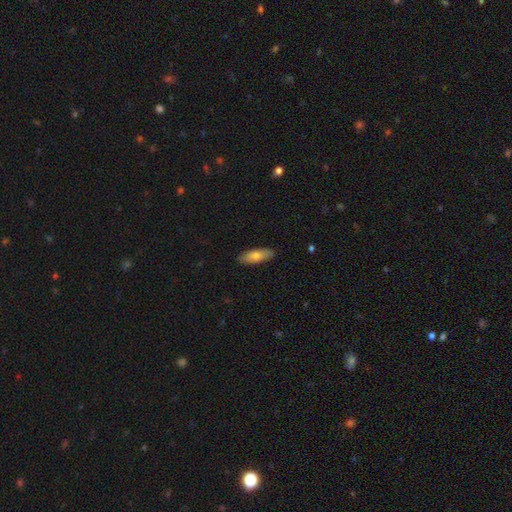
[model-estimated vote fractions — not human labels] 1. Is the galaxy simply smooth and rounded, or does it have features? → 70% smooth, 24% featured or disk, 6% star or artifact.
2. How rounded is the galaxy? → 55% in between, 43% cigar-shaped, 2% round.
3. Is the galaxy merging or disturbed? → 88% none, 9% minor disturbance, 2% major disturbance, 1% merger.